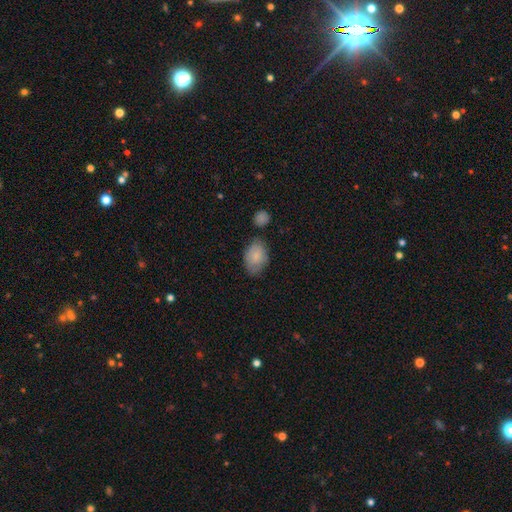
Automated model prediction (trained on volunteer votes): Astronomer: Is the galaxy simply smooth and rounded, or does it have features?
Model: smooth — 81%.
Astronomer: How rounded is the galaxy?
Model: in between — 85%.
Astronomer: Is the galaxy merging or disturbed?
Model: none — 61%.